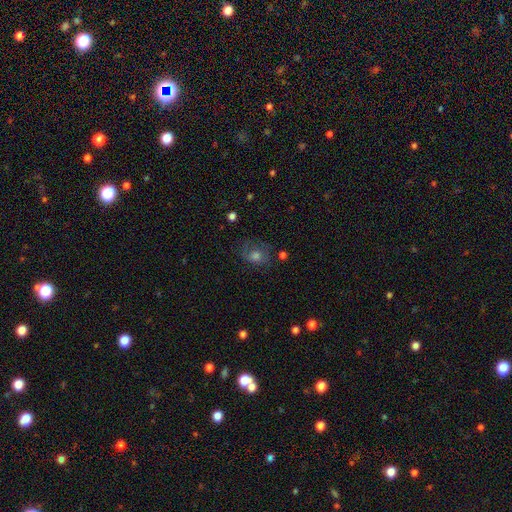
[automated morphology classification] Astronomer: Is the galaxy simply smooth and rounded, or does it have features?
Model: smooth — 47% (runner-up: featured or disk, 32%).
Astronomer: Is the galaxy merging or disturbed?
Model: none — 65%.